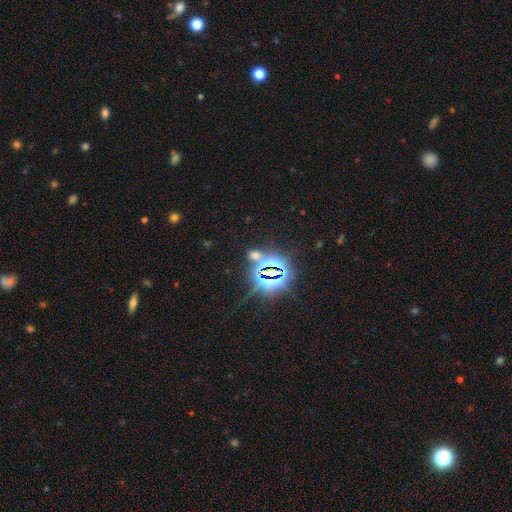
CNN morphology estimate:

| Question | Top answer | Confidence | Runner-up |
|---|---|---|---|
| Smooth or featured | star or artifact | 63% | smooth (30%) |